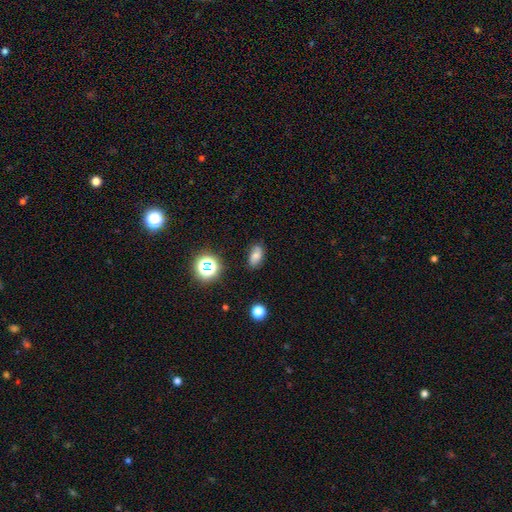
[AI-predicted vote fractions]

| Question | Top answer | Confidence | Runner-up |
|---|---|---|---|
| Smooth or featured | smooth | 72% | star or artifact (16%) |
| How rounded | in between | 86% | round (9%) |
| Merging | none | 80% | minor disturbance (14%) |